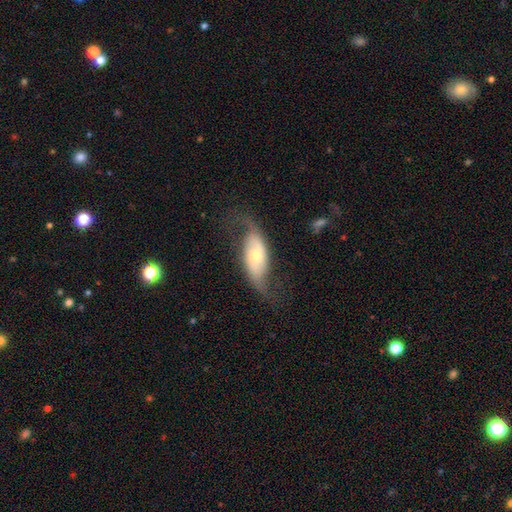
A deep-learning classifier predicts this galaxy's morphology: Smooth or featured: featured or disk — 71% (smooth — 23%)
Edge-on disk: no — 88% (yes — 12%)
Bar: no — 65% (weak — 23%)
Spiral arms: yes — 87% (no — 13%)
Spiral winding: loose — 77% (medium — 17%)
Spiral arm count: 2 — 90% (can't tell — 5%)
Bulge size: moderate — 54% (small — 37%)
Merging: none — 62% (minor disturbance — 20%)